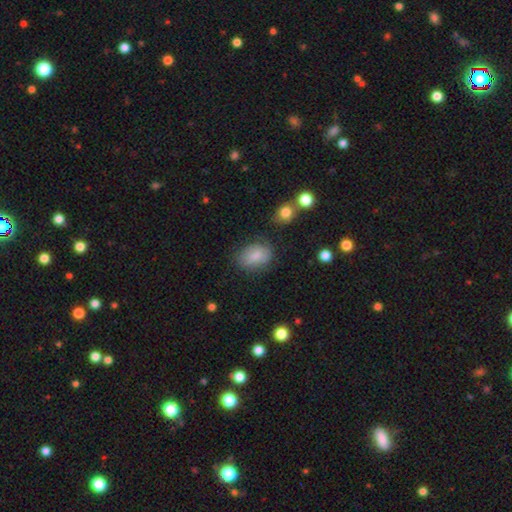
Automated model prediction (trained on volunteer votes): Morphology: type=smooth (77%); roundness=in between (80%); merging=none (70%).